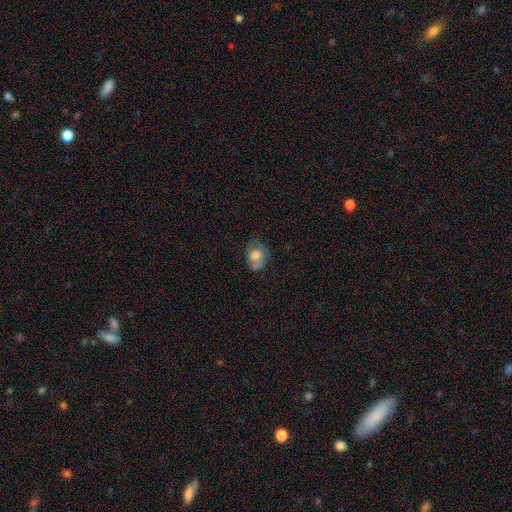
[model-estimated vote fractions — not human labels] The model was most divided on "how rounded": in between: 53%, round: 46%, cigar-shaped: 1%. Remaining: smooth or featured — smooth (68%); merging — none (45%).